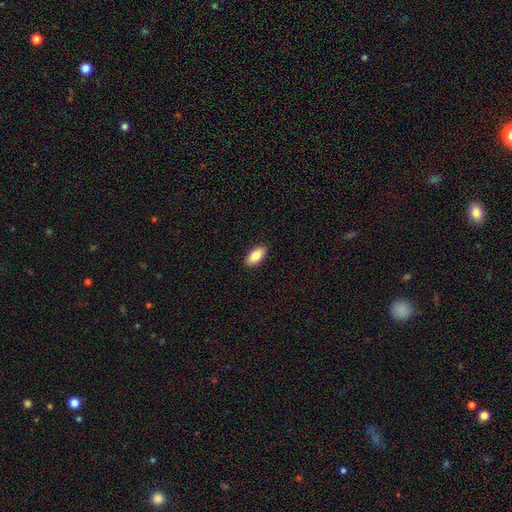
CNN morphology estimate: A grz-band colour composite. It shows a smooth galaxy with no disk features (86%) that is in between round and cigar-shaped (93%). Merging: none (90%).